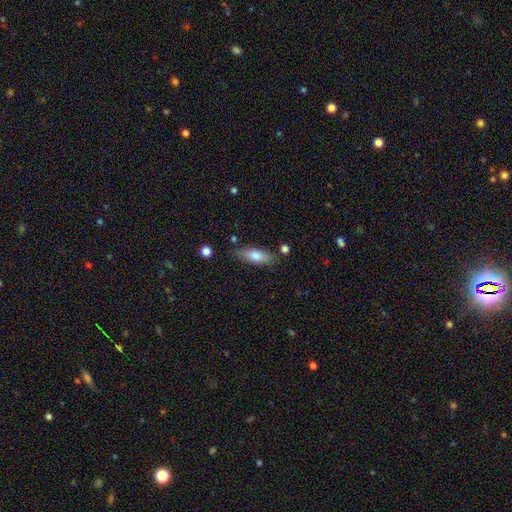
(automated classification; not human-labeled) The model was most divided on "how rounded": in between: 67%, cigar-shaped: 31%, round: 2%. More confident: merging — none (79%); smooth or featured — smooth (76%).